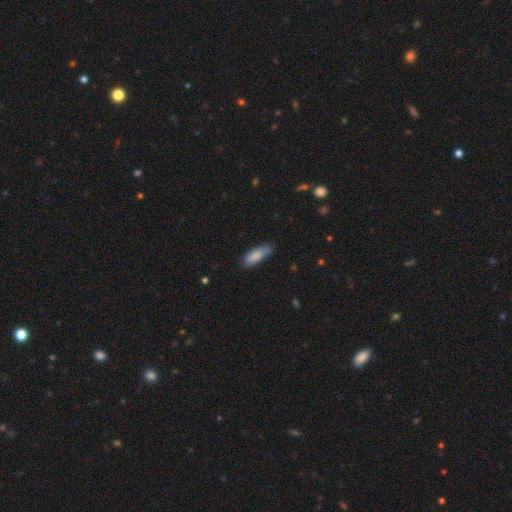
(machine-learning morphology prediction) Smooth or featured? smooth (84%)
How rounded? in between (64%)
Merging? none (69%)